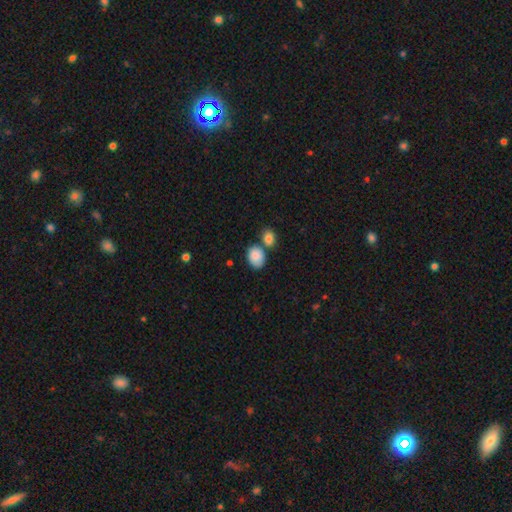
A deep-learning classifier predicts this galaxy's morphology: smooth_or_featured: smooth (p=0.86) [alt: star or artifact p=0.07]
how_rounded: in between (p=0.74) [alt: round p=0.25]
merging: none (p=0.53) [alt: merger p=0.26]